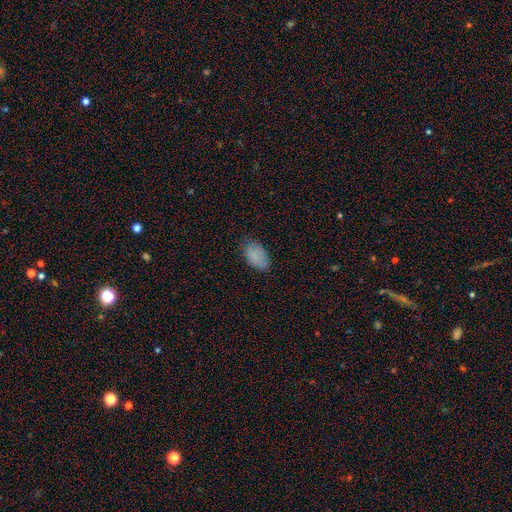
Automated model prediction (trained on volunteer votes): Smooth or featured: smooth — 85% (star or artifact — 8%)
How rounded: in between — 93% (round — 6%)
Merging: none — 76% (minor disturbance — 19%)